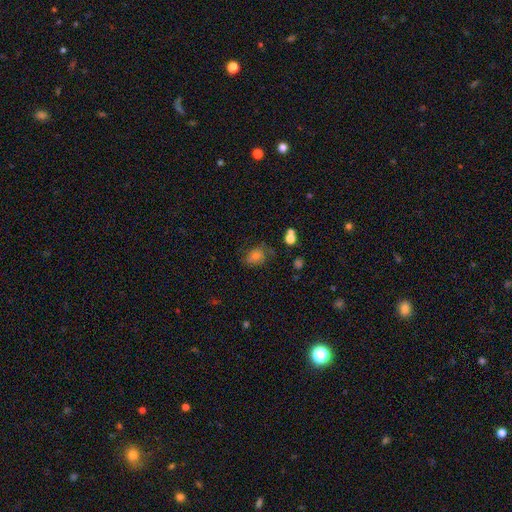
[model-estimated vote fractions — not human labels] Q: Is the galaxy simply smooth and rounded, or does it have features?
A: smooth — 52%.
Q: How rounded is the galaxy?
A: in between — 63%.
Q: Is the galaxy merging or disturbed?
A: none — 59%.